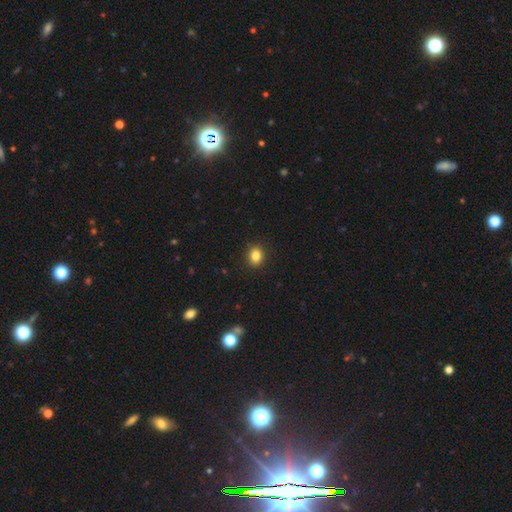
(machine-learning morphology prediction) smooth 84%, star or artifact 10%, featured or disk 5%. Down the decision tree: how rounded — round (54%); merging — none (91%).